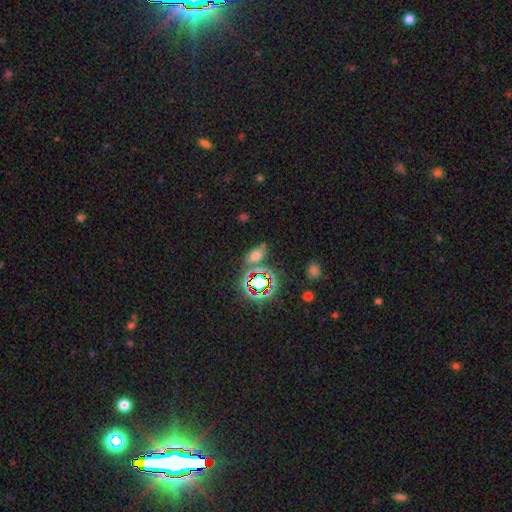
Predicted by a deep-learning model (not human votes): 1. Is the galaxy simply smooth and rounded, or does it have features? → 52% smooth, 36% star or artifact, 11% featured or disk.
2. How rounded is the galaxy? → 80% in between, 15% round, 6% cigar-shaped.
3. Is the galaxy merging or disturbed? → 65% none, 16% minor disturbance, 11% merger, 7% major disturbance.